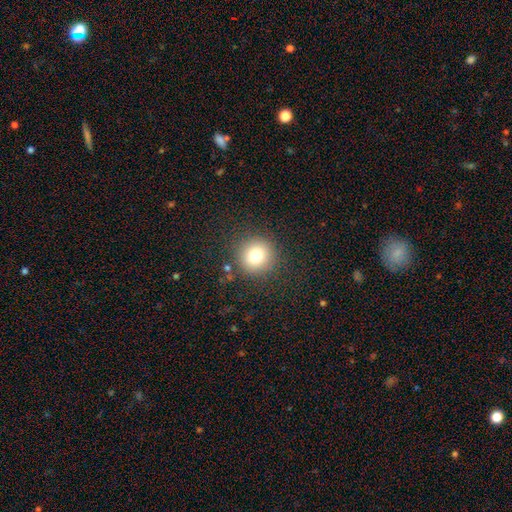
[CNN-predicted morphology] Smooth or featured: smooth — 77% (star or artifact — 13%)
How rounded: round — 94% (in between — 5%)
Merging: none — 88% (minor disturbance — 7%)